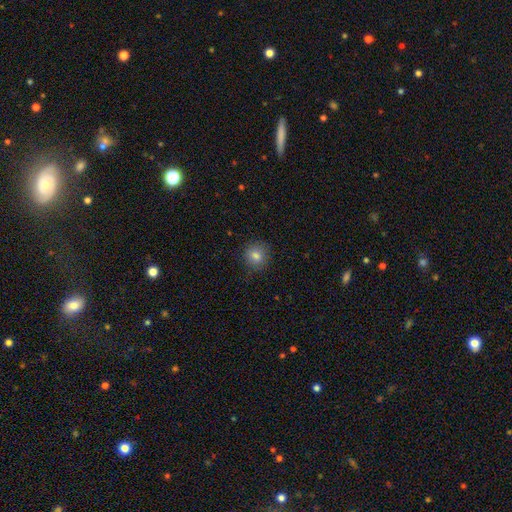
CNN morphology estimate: smooth_or_featured: smooth (p=0.83) [alt: star or artifact p=0.11]
how_rounded: round (p=0.88) [alt: in between p=0.11]
merging: none (p=0.86) [alt: minor disturbance p=0.10]